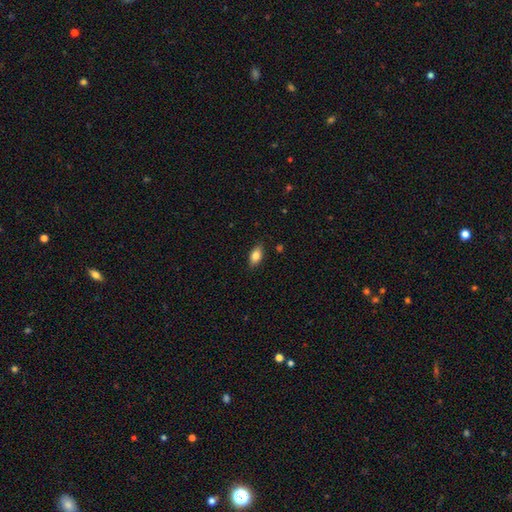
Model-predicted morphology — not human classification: Overall: smooth (82%). How rounded: in between (89%). Merging: none (85%).